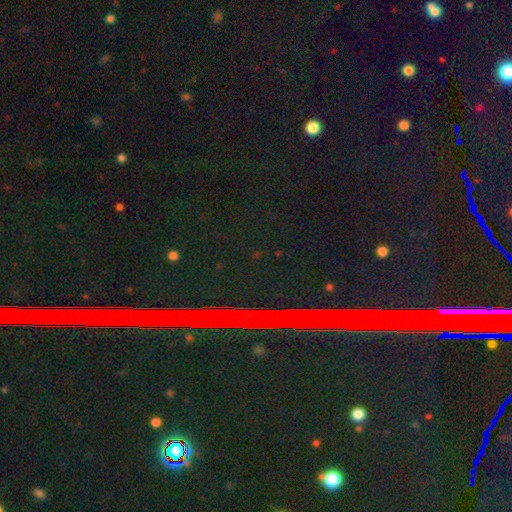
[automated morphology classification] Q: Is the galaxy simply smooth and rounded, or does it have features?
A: star or artifact — 88%.